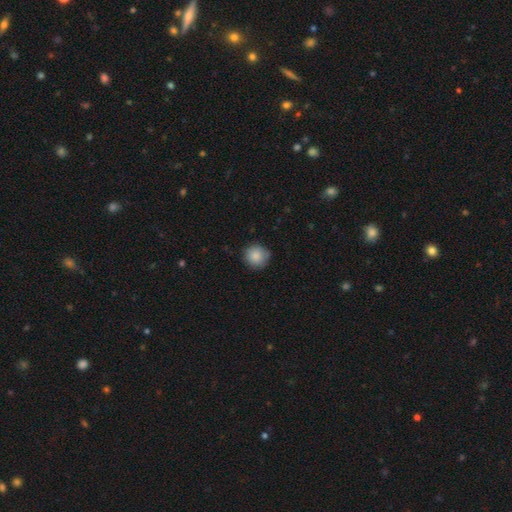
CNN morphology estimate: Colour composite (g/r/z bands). It shows a smooth galaxy with no disk features (87%) that is round (94%). Merging: none (84%).